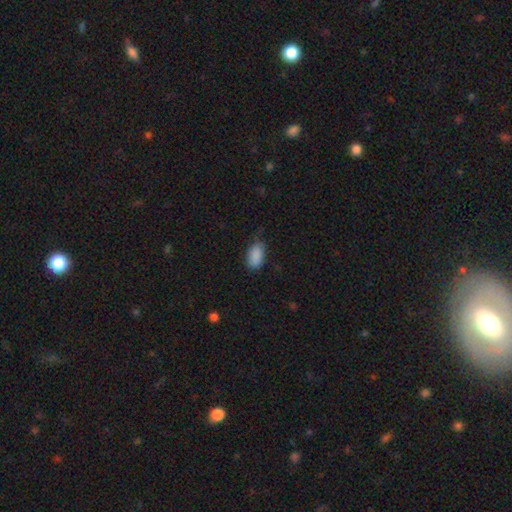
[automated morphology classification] smooth 88%, star or artifact 7%, featured or disk 4%. Down the decision tree: how rounded — in between (93%); merging — none (66%).